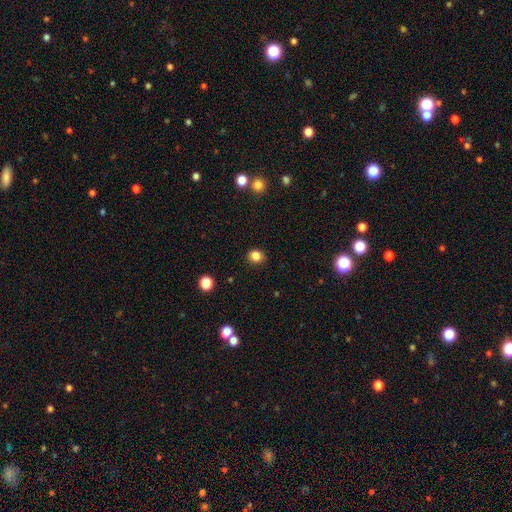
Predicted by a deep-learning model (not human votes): smooth 84%, star or artifact 12%, featured or disk 5%. Down the decision tree: how rounded — round (75%); merging — none (89%).